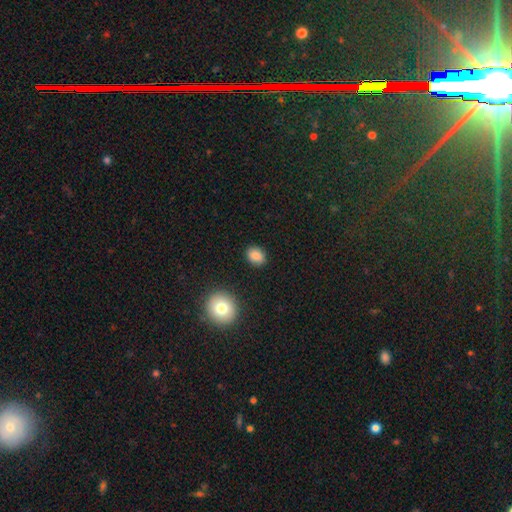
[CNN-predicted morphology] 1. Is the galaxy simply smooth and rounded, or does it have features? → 86% smooth, 10% star or artifact, 5% featured or disk.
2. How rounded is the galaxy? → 57% in between, 41% round, 1% cigar-shaped.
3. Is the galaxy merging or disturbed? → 87% none, 9% minor disturbance, 2% major disturbance, 2% merger.